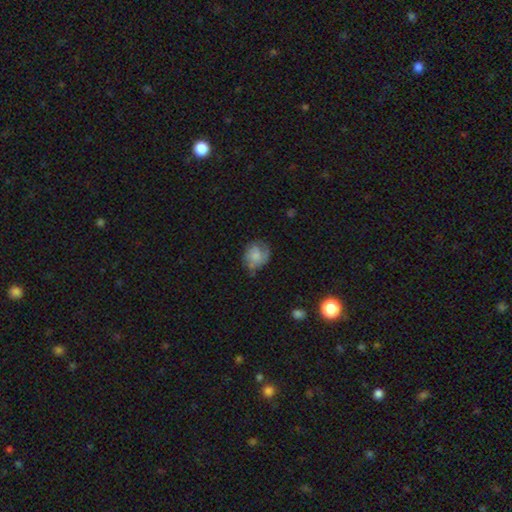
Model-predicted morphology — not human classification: This is possibly a smooth galaxy (57%). How rounded: likely round (63%). Merging: possibly none (52%).